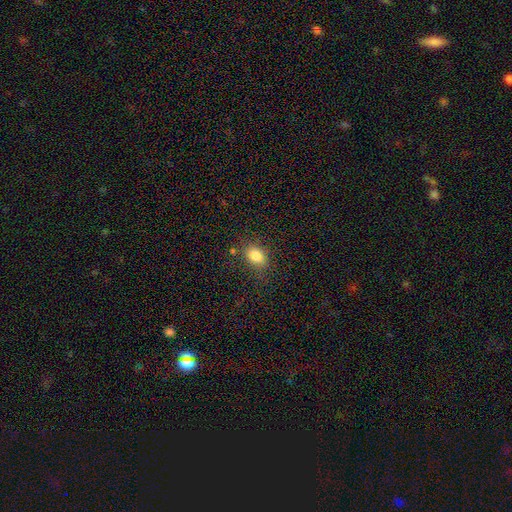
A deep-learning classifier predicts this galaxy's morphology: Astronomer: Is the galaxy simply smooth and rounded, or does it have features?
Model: smooth — 82%.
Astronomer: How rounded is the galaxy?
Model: in between — 73%.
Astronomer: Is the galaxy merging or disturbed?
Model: none — 78%.